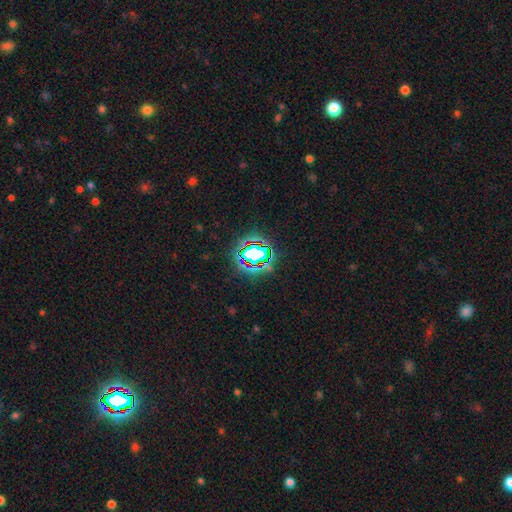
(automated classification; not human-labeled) This is likely a star or artifact rather than a galaxy (63%).